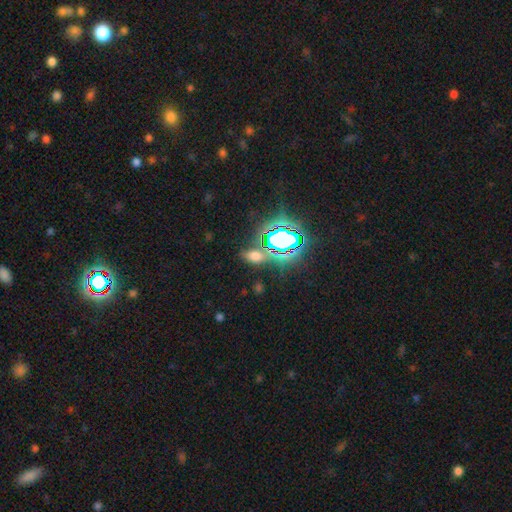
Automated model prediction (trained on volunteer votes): A smooth galaxy with no disk features (47%).

Vote fractions:
- Smooth or featured? smooth: 47% / star or artifact: 42% / featured or disk: 11%
- Merging? none: 74% / minor disturbance: 13% / merger: 7% / major disturbance: 6%